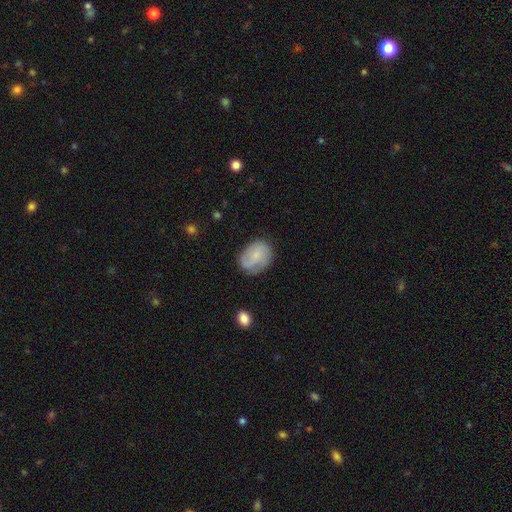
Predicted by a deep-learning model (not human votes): This appears to be a smooth galaxy with no disk features (64%) that is in between round and cigar-shaped (60%). Merging: none (69%).